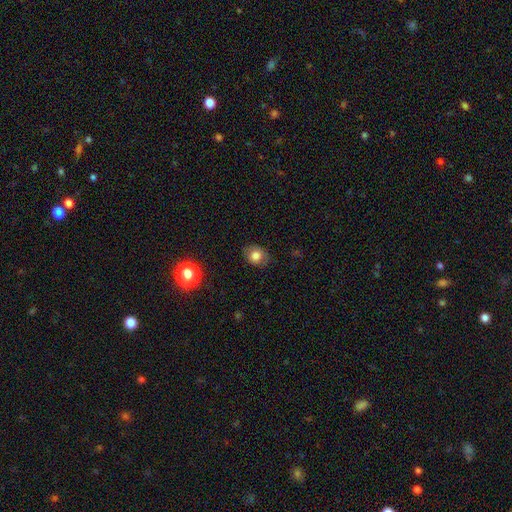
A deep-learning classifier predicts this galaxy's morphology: The model was most divided on "how rounded": round: 58%, in between: 41%, cigar-shaped: 1%. More confident: merging — none (81%); smooth or featured — smooth (78%).